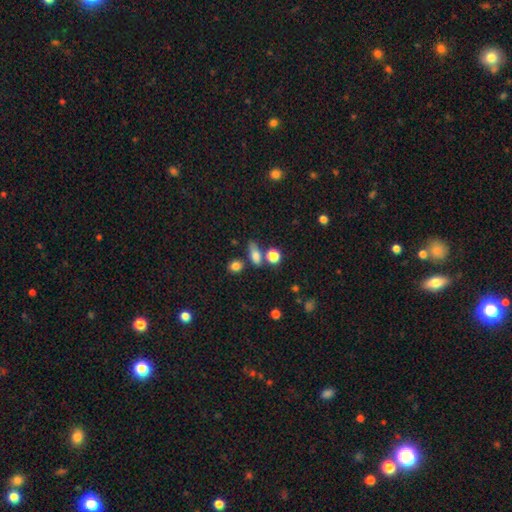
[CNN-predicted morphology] Smooth or featured? smooth (75%)
How rounded? in between (62%)
Merging? none (53%)